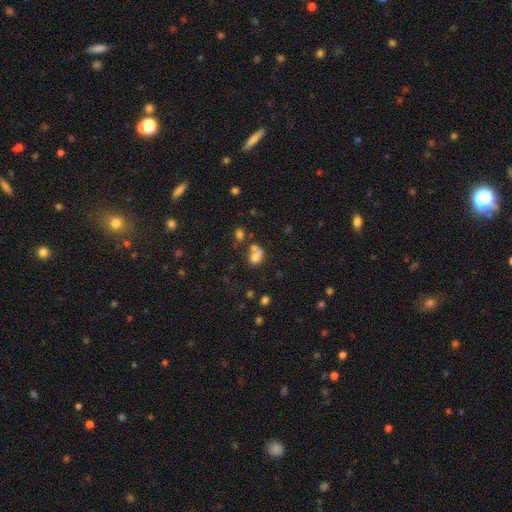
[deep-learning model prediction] Morphology: type=smooth (67%); roundness=in between (56%); merging=merger (54%).